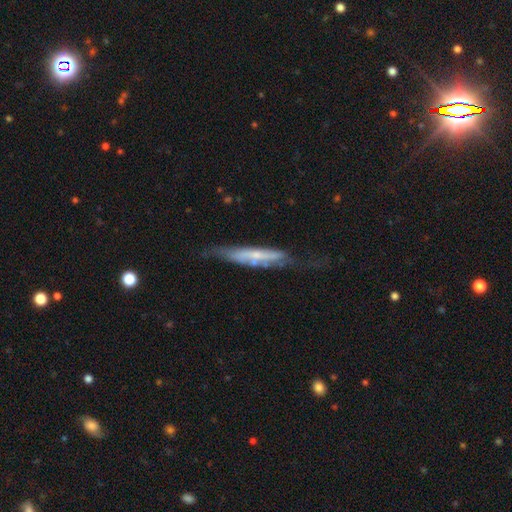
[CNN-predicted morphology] Q: Smooth or featured?
A: featured or disk (61%); runner-up: smooth (32%)
Q: Edge-on disk?
A: yes (69%); runner-up: no (31%)
Q: Merging?
A: none (47%); runner-up: minor disturbance (30%)